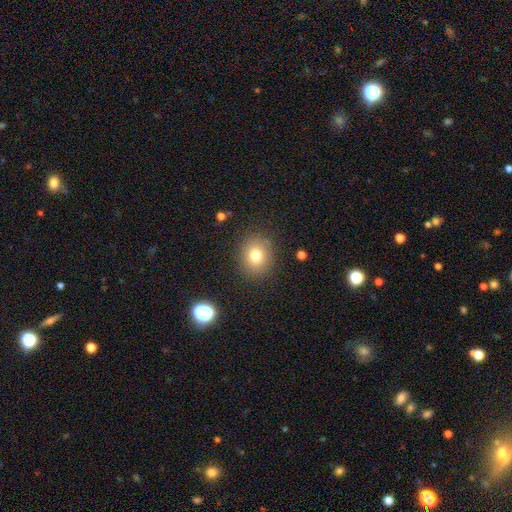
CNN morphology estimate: smooth-or-featured: smooth: 76% | star or artifact: 14% | featured or disk: 10%
  how-rounded: round: 73% | in between: 26% | cigar-shaped: 1%
  merging: none: 86% | minor disturbance: 9% | major disturbance: 3% | merger: 2%